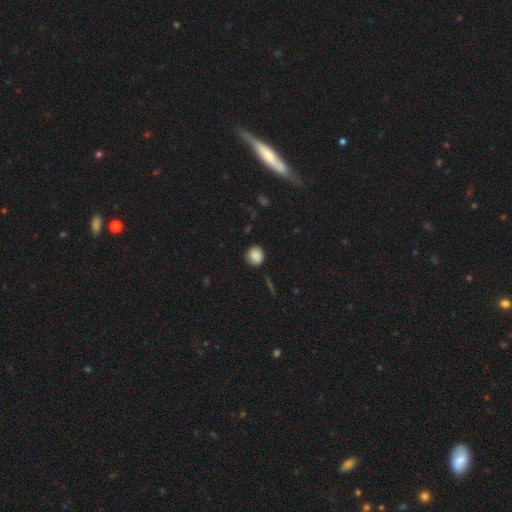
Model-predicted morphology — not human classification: This is clearly a smooth galaxy (87%). How rounded: clearly round (89%). Merging: clearly none (87%).